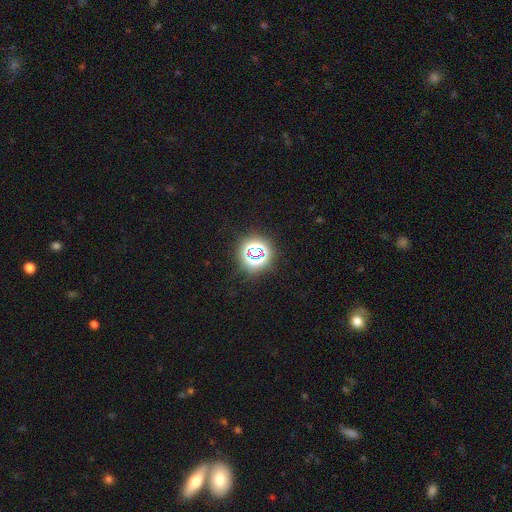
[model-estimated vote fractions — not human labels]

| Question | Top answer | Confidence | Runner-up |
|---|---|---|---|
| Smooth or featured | star or artifact | 68% | smooth (22%) |